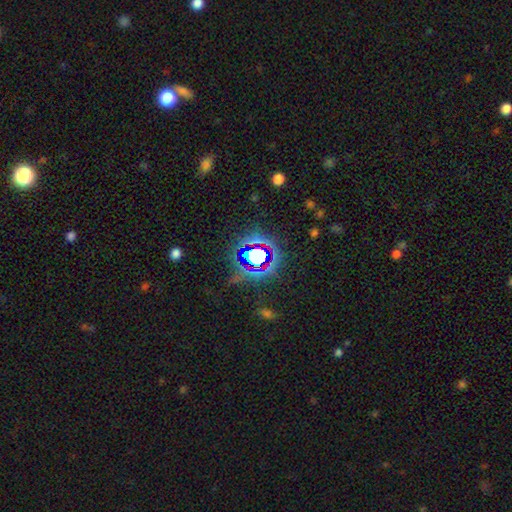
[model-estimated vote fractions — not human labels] A star or artifact, not a galaxy (71%).

Vote fractions:
- Smooth or featured? star or artifact: 71% / smooth: 17% / featured or disk: 11%